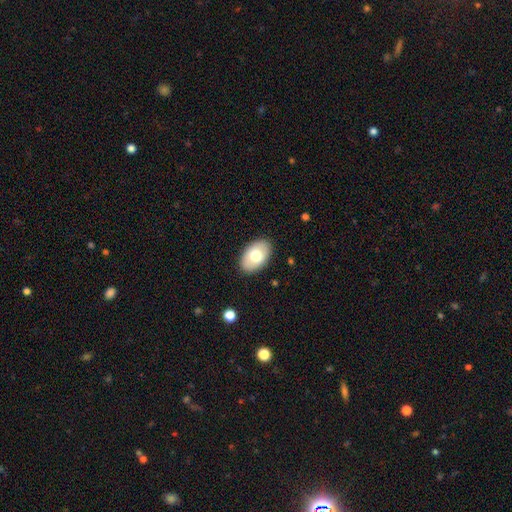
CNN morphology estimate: This appears to be a smooth galaxy with no disk features (72%) that is in between round and cigar-shaped (91%). Merging: none (88%).